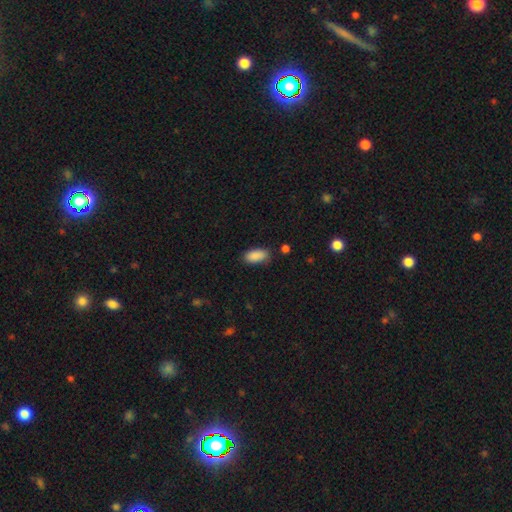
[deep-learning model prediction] Q: Smooth or featured?
A: smooth (90%); runner-up: star or artifact (7%)
Q: How rounded?
A: in between (91%); runner-up: cigar-shaped (7%)
Q: Merging?
A: none (81%); runner-up: minor disturbance (14%)